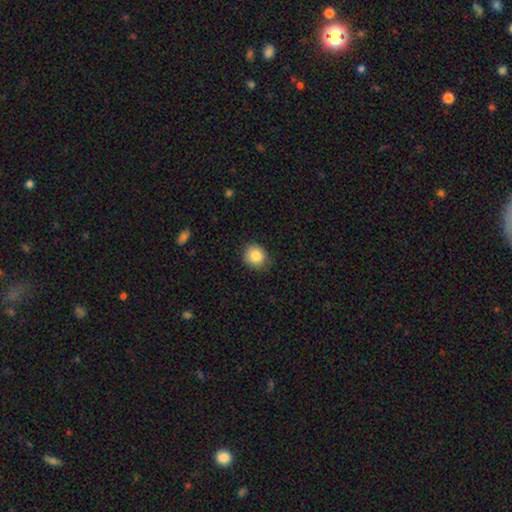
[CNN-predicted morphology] Smooth or featured? smooth (84%)
How rounded? round (82%)
Merging? none (77%)